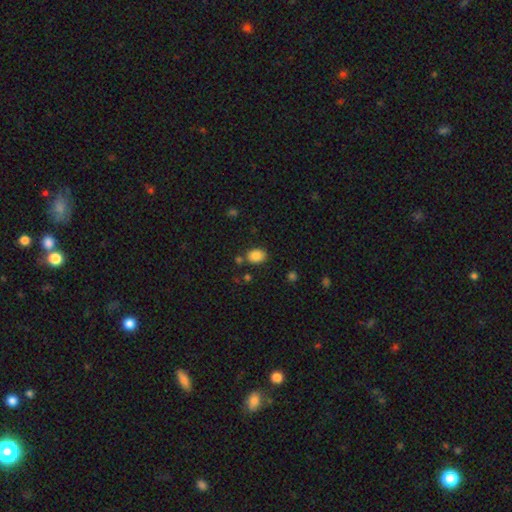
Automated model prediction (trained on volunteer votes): A smooth galaxy with no disk features (86%) that is in between round and cigar-shaped (66%). Merging: none (76%).